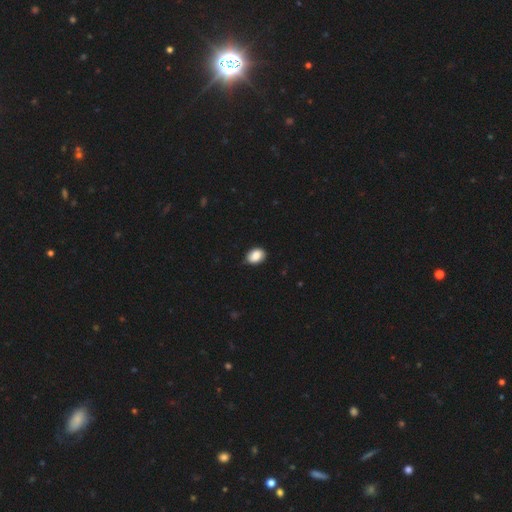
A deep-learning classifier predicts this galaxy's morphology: smooth-or-featured: smooth: 87% | star or artifact: 7% | featured or disk: 5%
  how-rounded: in between: 75% | round: 24% | cigar-shaped: 1%
  merging: none: 74% | minor disturbance: 22% | major disturbance: 3% | merger: 1%